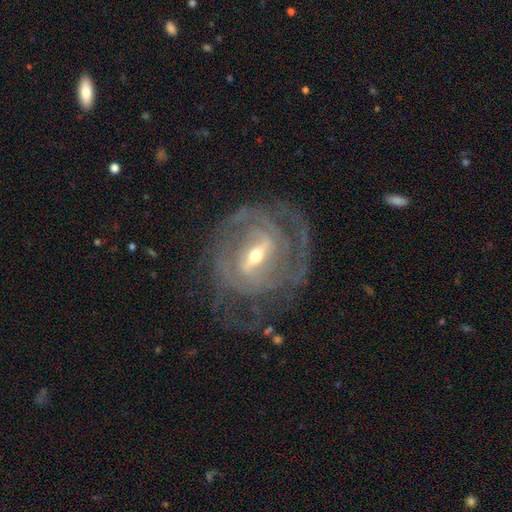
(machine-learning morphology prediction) Q: Smooth or featured?
A: featured or disk (90%); runner-up: smooth (5%)
Q: Edge-on disk?
A: no (95%); runner-up: yes (5%)
Q: Bar?
A: strong (57%); runner-up: weak (34%)
Q: Spiral arms?
A: yes (94%); runner-up: no (6%)
Q: Spiral winding?
A: tight (61%); runner-up: medium (31%)
Q: Spiral arm count?
A: 2 (35%); runner-up: can't tell (27%)
Q: Bulge size?
A: moderate (51%); runner-up: small (45%)
Q: Merging?
A: none (66%); runner-up: minor disturbance (17%)